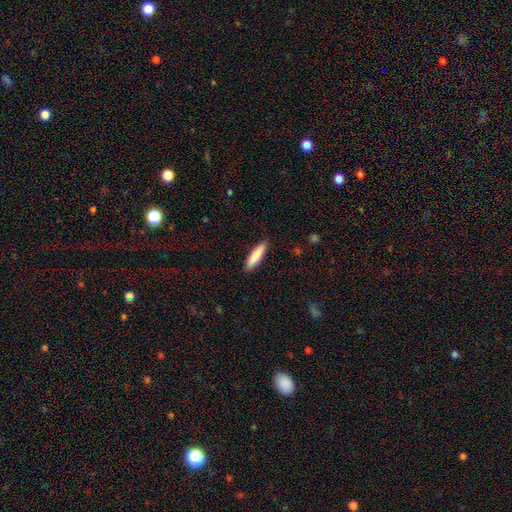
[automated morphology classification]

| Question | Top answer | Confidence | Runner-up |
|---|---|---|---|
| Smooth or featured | smooth | 81% | featured or disk (14%) |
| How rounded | cigar-shaped | 73% | in between (26%) |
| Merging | none | 88% | minor disturbance (9%) |